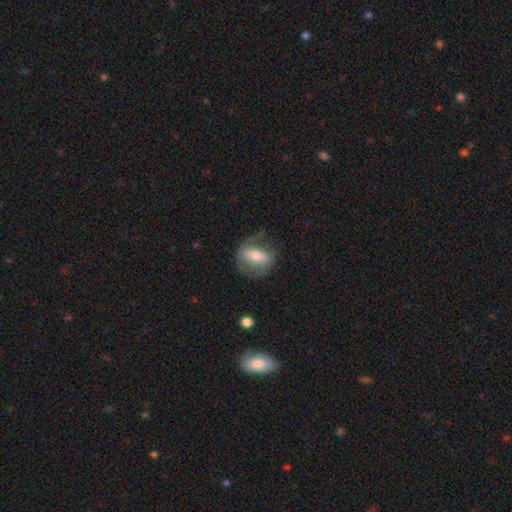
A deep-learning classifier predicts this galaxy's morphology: Smooth or featured?
  - featured or disk: 52% *
  - smooth: 41%
  - star or artifact: 7%
Edge-on disk?
  - no: 80% *
  - yes: 20%
Merging?
  - none: 63% *
  - minor disturbance: 21%
  - major disturbance: 15%
  - merger: 2%